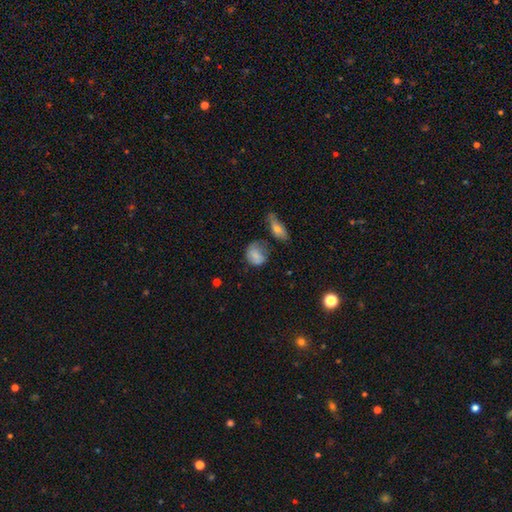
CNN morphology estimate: Smooth or featured: smooth — 74% (featured or disk — 17%)
How rounded: round — 58% (in between — 40%)
Merging: none — 47% (minor disturbance — 31%)